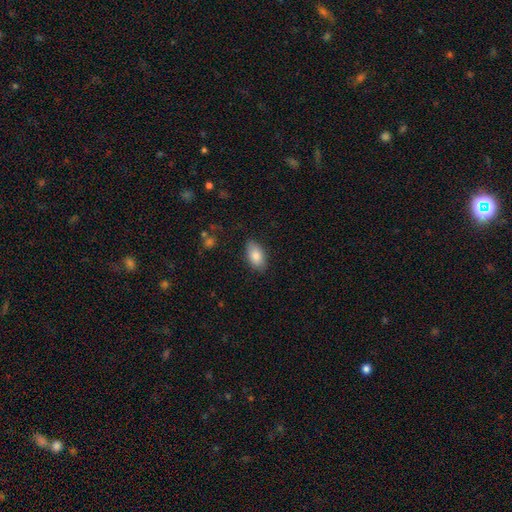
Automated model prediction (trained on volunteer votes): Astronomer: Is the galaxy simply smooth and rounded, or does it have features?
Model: smooth — 83%.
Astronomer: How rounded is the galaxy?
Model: in between — 93%.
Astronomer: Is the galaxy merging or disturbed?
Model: none — 84%.